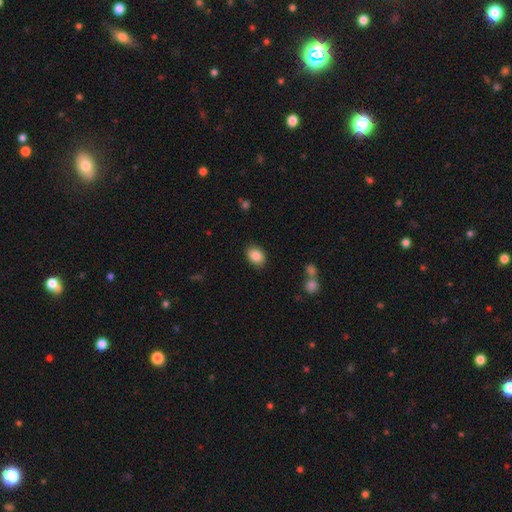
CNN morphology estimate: smooth 87%, star or artifact 8%, featured or disk 5%. Down the decision tree: how rounded — in between (67%); merging — none (84%).